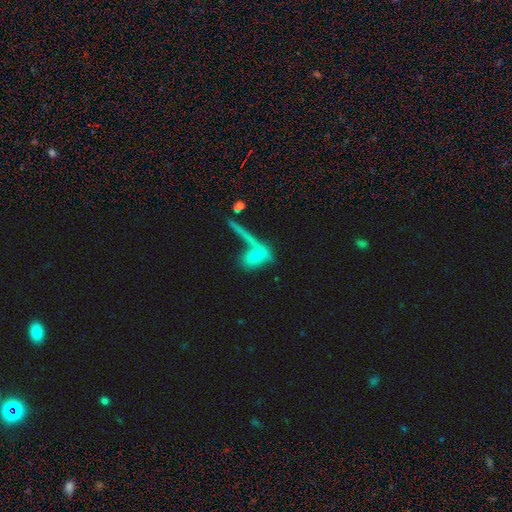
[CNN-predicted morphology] smooth-or-featured: smooth: 58% | featured or disk: 31% | star or artifact: 11%
  how-rounded: in between: 50% | round: 35% | cigar-shaped: 16%
  merging: none: 43% | merger: 29% | minor disturbance: 15% | major disturbance: 13%